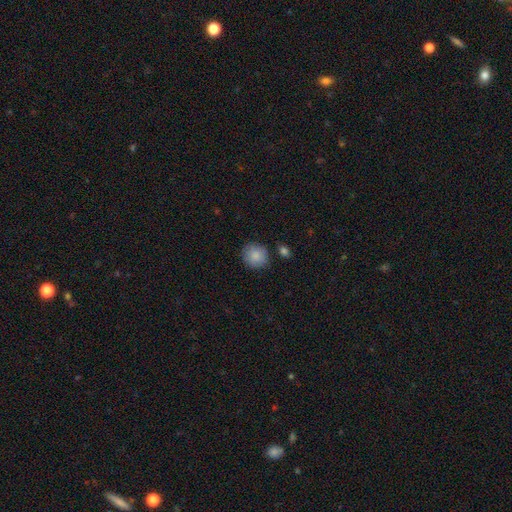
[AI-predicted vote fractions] Smooth or featured? Predicted: smooth (p=0.87). How rounded? Predicted: round (p=0.87). Merging? Predicted: none (p=0.82).